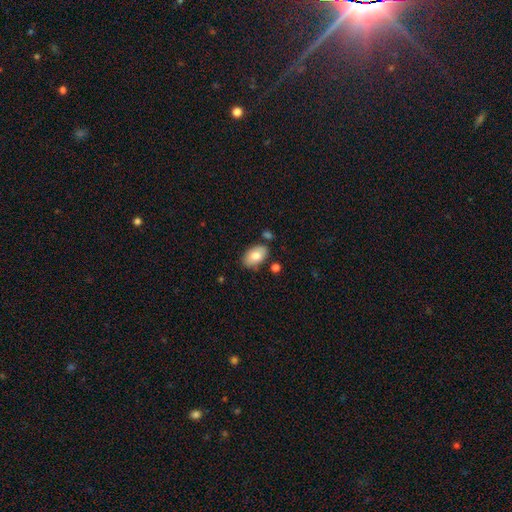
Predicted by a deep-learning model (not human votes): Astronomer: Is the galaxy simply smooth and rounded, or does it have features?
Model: smooth — 79%.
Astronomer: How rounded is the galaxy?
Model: in between — 91%.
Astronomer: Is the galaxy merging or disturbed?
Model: none — 76%.